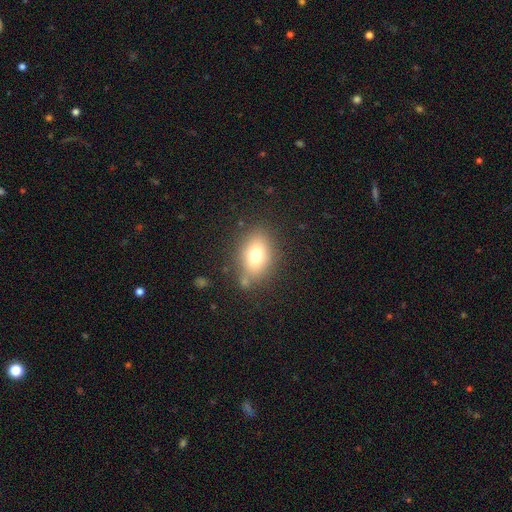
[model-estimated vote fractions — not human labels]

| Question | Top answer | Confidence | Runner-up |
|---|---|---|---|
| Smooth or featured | smooth | 74% | featured or disk (15%) |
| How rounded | in between | 75% | round (24%) |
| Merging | none | 75% | minor disturbance (15%) |